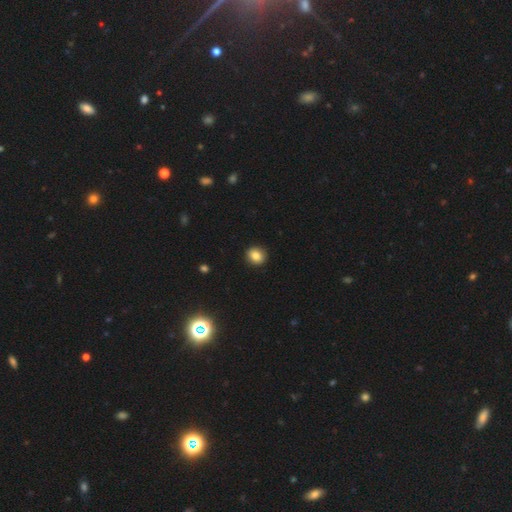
This is clearly a smooth galaxy (82%). How rounded: likely round (74%). Merging: clearly none (83%).